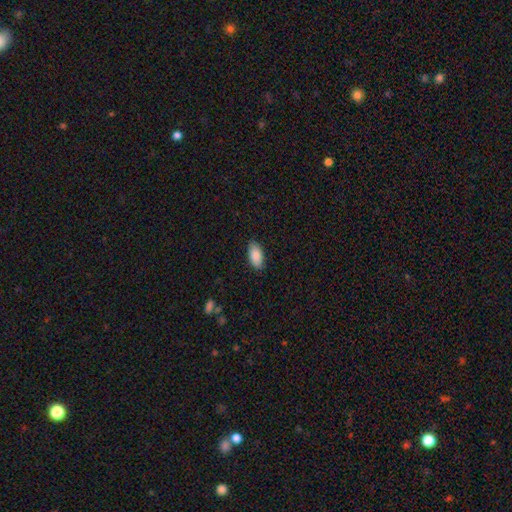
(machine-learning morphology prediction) A smooth galaxy with no disk features (88%) that is in between round and cigar-shaped (93%). Merging: none (86%).